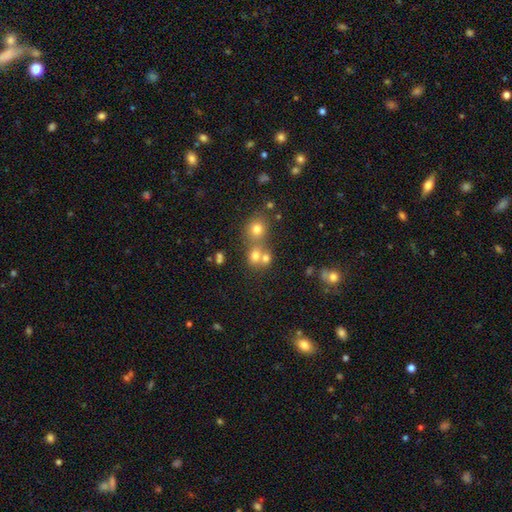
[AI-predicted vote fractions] Smooth or featured? Predicted: smooth (p=0.70). How rounded? Predicted: round (p=0.69). Merging? Predicted: merger (p=0.47).